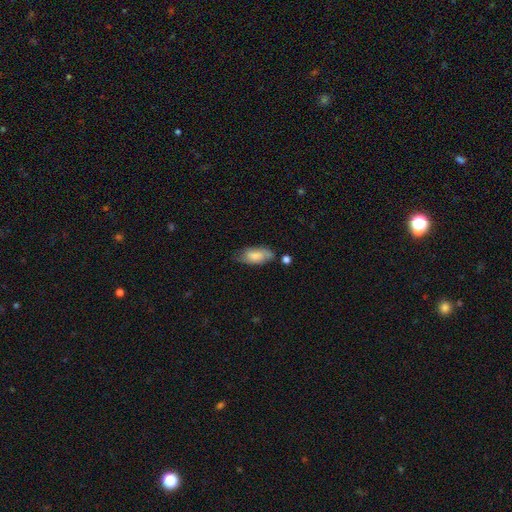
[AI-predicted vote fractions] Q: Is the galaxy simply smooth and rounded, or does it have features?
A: smooth — 71%.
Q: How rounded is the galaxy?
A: in between — 86%.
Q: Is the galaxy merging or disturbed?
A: none — 61%.